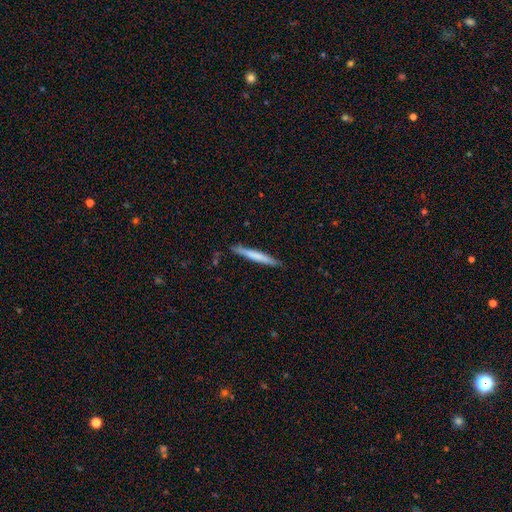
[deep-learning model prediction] Morphology: type=smooth (65%); roundness=cigar-shaped (96%); merging=none (87%).